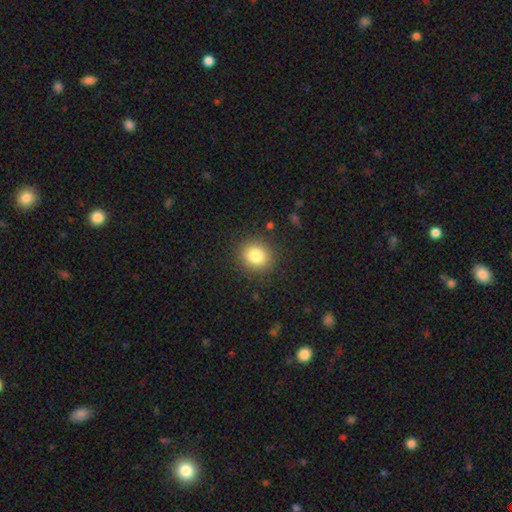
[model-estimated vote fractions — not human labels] A smooth galaxy with no disk features (82%) that is round (80%).

Vote fractions:
- Smooth or featured? smooth: 82% / star or artifact: 11% / featured or disk: 7%
- How rounded? round: 80% / in between: 19% / cigar-shaped: 1%
- Merging? none: 89% / minor disturbance: 7% / major disturbance: 3% / merger: 1%